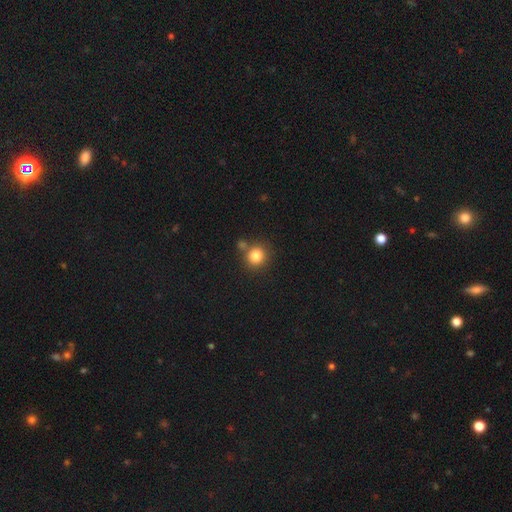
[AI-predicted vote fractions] The model was most divided on "merging": none: 69%, merger: 17%, minor disturbance: 10%, major disturbance: 3%. More confident: how rounded — round (88%); smooth or featured — smooth (82%).